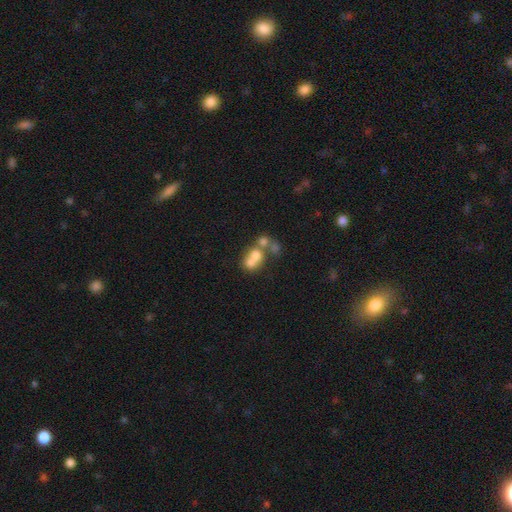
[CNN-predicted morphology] smooth 59%, featured or disk 28%, star or artifact 13%. Down the decision tree: how rounded — round (62%); merging — merger (64%).